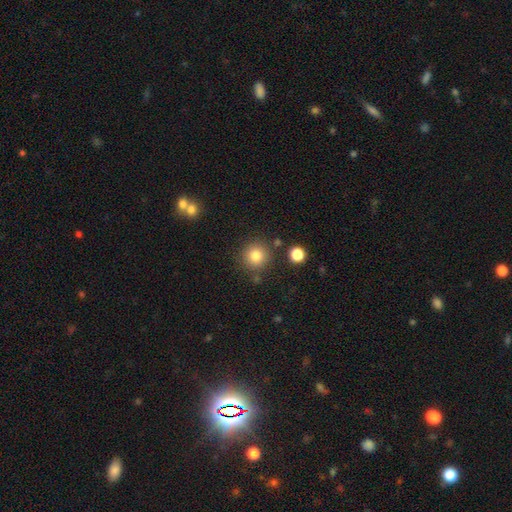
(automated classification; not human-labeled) The model was most divided on "smooth or featured": smooth: 81%, star or artifact: 12%, featured or disk: 7%. More confident: how rounded — round (93%); merging — none (83%).